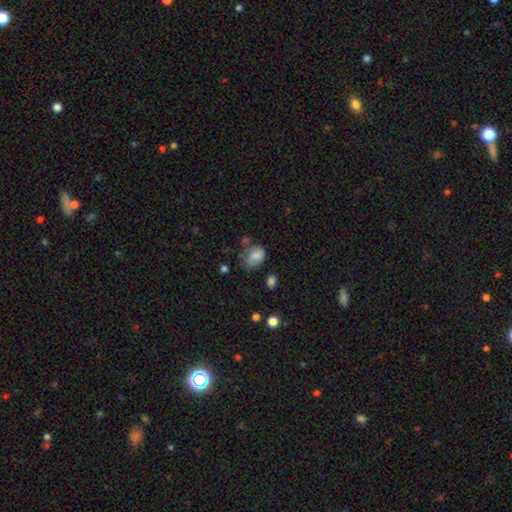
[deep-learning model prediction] Morphology: type=smooth (80%); roundness=in between (73%); merging=none (37%).